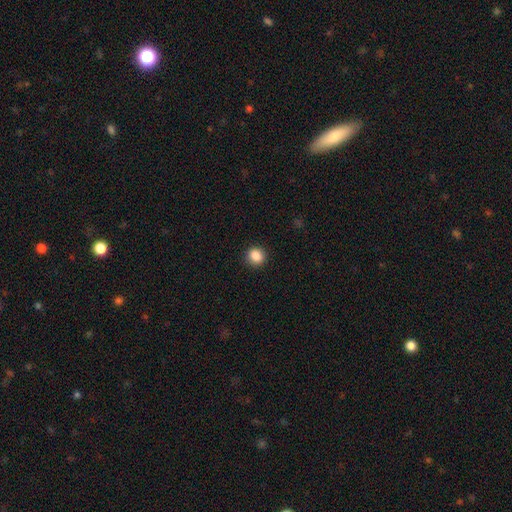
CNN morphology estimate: Smooth or featured? smooth (88%)
How rounded? round (83%)
Merging? none (90%)